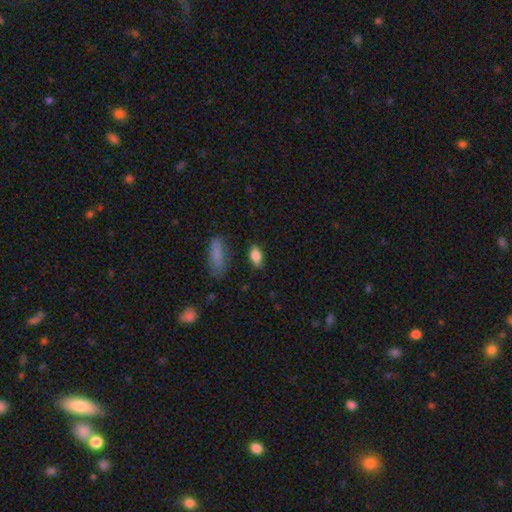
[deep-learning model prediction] Smooth or featured: smooth — 84% (star or artifact — 8%)
How rounded: in between — 89% (round — 6%)
Merging: none — 78% (minor disturbance — 16%)